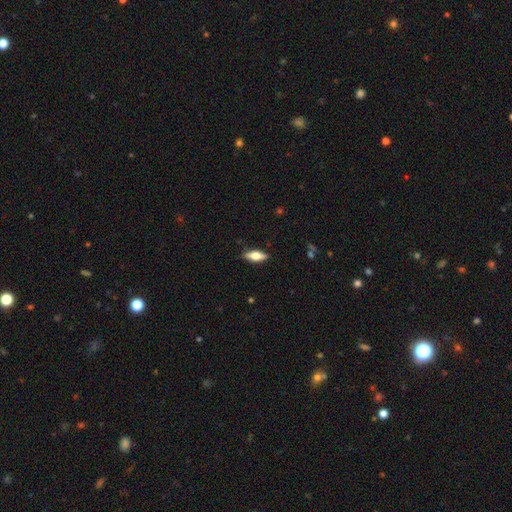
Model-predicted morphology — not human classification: The model was most divided on "smooth or featured": smooth: 58%, featured or disk: 36%, star or artifact: 6%. More confident: merging — none (87%); how rounded — in between (68%).